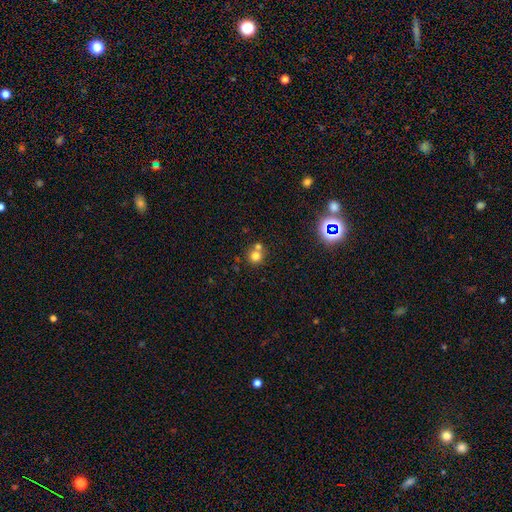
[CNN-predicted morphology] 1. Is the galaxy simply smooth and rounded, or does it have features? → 74% smooth, 15% star or artifact, 11% featured or disk.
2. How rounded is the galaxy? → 90% round, 9% in between, 1% cigar-shaped.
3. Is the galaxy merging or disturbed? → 51% none, 39% merger, 7% minor disturbance, 3% major disturbance.